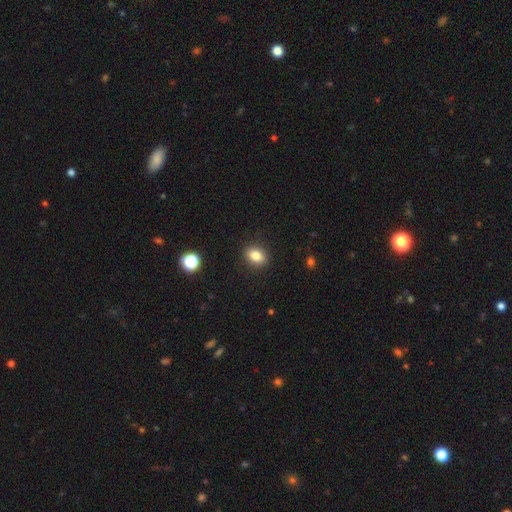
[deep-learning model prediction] A smooth galaxy with no disk features (82%) that is in between round and cigar-shaped (62%). Merging: none (90%).